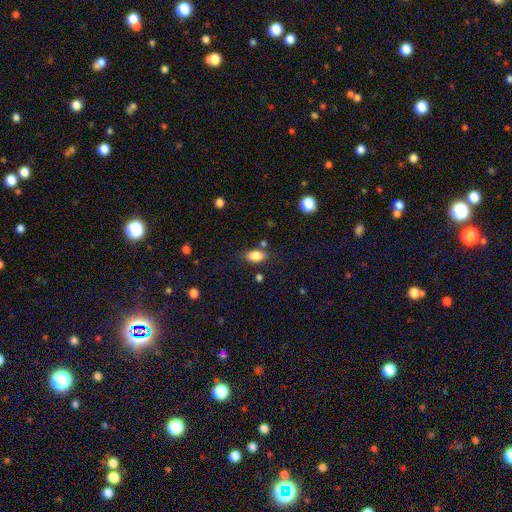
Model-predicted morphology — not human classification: Smooth or featured? smooth (83%)
How rounded? in between (83%)
Merging? none (75%)